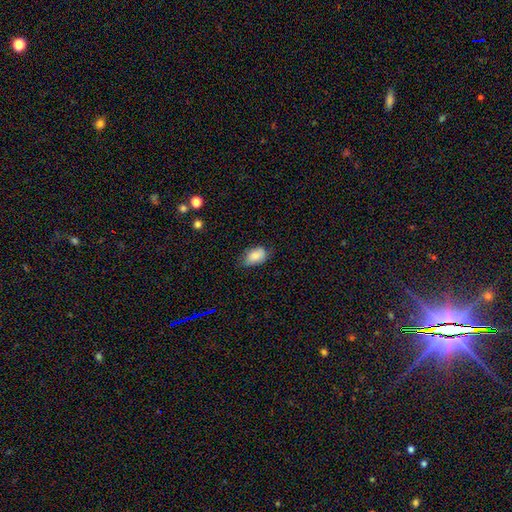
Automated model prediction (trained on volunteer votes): This is clearly a smooth galaxy (83%). How rounded: clearly in between (91%). Merging: likely none (61%).